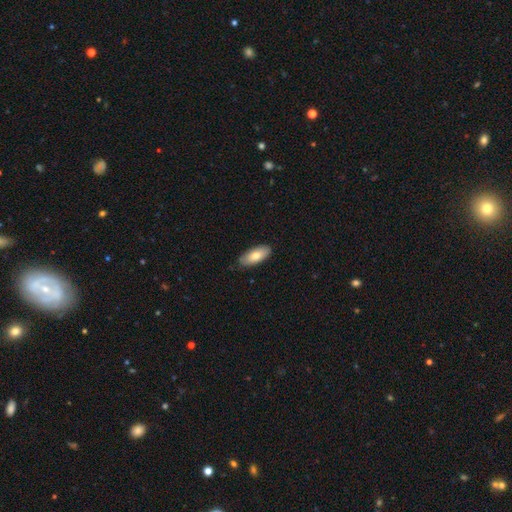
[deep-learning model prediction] The model was most divided on "smooth or featured": smooth: 78%, featured or disk: 16%, star or artifact: 6%. More confident: how rounded — in between (85%); merging — none (85%).